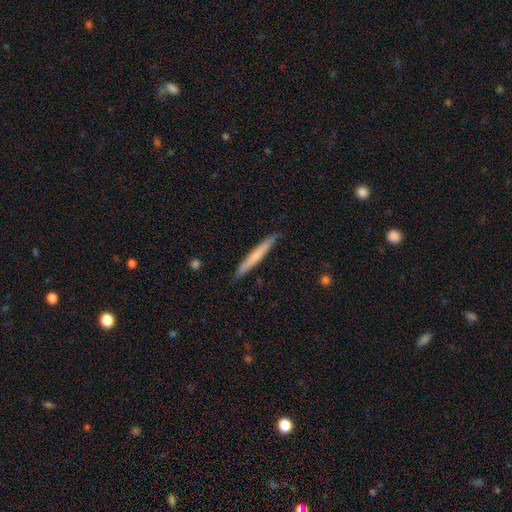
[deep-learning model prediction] A smooth galaxy with no disk features (64%) that is cigar-shaped (96%).

Vote fractions:
- Smooth or featured? smooth: 64% / featured or disk: 31% / star or artifact: 5%
- How rounded? cigar-shaped: 96% / in between: 3% / round: 1%
- Merging? none: 88% / minor disturbance: 9% / major disturbance: 1% / merger: 1%